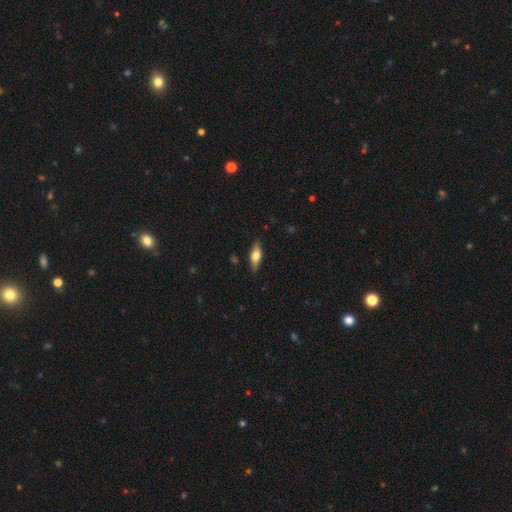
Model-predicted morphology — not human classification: smooth 58%, featured or disk 36%, star or artifact 7%. Down the decision tree: how rounded — in between (68%); merging — none (84%).